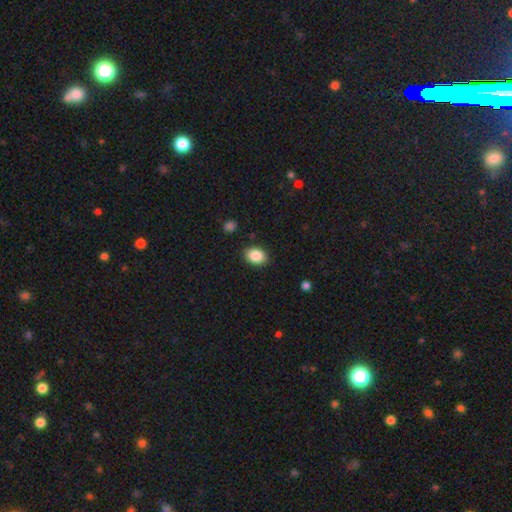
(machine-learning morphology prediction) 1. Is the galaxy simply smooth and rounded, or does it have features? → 88% smooth, 8% star or artifact, 5% featured or disk.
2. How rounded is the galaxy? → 75% in between, 24% round, 1% cigar-shaped.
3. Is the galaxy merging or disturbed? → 87% none, 9% minor disturbance, 2% major disturbance, 1% merger.